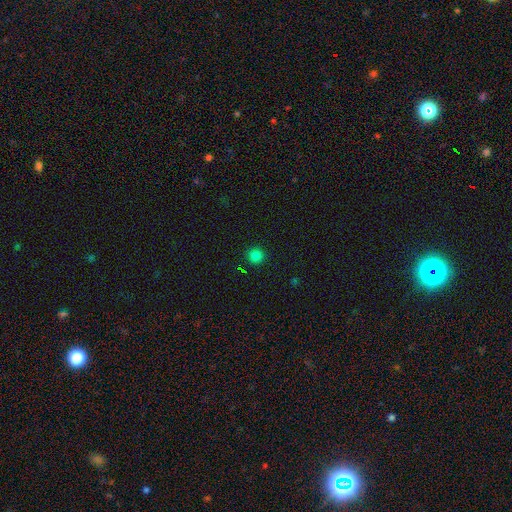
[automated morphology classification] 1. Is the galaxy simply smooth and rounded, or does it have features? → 81% smooth, 15% star or artifact, 3% featured or disk.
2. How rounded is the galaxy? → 95% round, 4% in between, 1% cigar-shaped.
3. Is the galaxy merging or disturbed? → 92% none, 5% minor disturbance, 2% major disturbance, 1% merger.